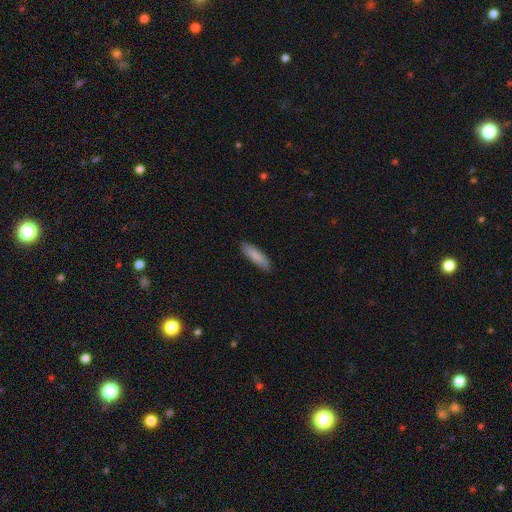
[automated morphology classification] Smooth or featured? smooth (87%)
How rounded? cigar-shaped (65%)
Merging? none (88%)